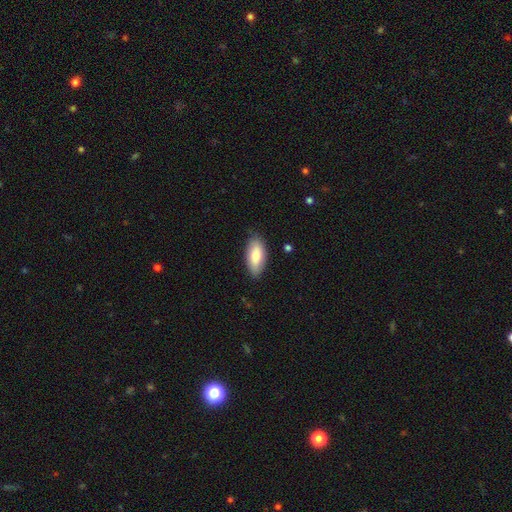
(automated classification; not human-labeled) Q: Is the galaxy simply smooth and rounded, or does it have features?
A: smooth — 77%.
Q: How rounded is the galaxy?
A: in between — 89%.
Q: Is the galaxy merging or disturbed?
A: none — 83%.